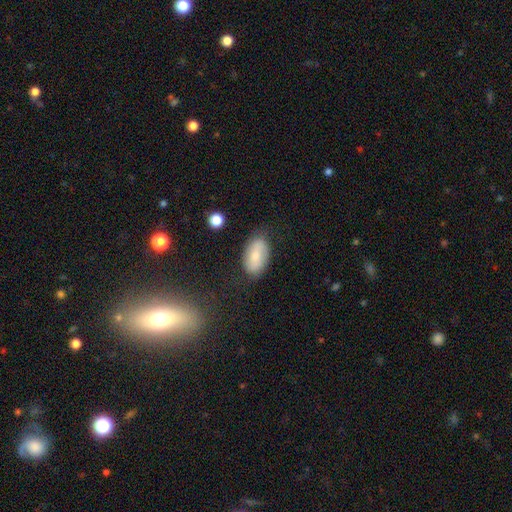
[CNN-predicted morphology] type=smooth (66%); roundness=in between (93%); merging=none (77%).